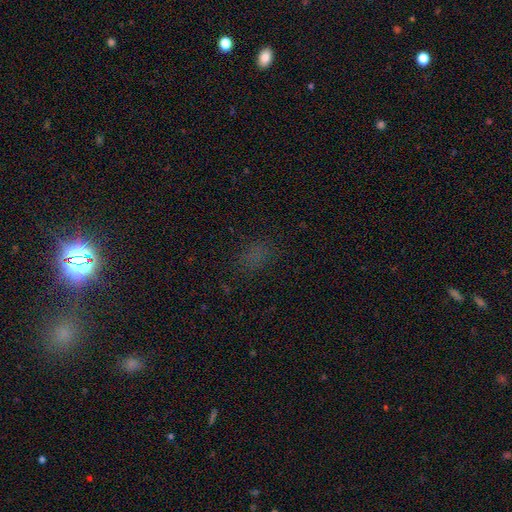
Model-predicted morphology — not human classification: A smooth galaxy with no disk features (60%) that is in between round and cigar-shaped (69%).

Vote fractions:
- Smooth or featured? smooth: 60% / star or artifact: 33% / featured or disk: 7%
- How rounded? in between: 69% / round: 27% / cigar-shaped: 4%
- Merging? none: 77% / minor disturbance: 15% / major disturbance: 7% / merger: 2%